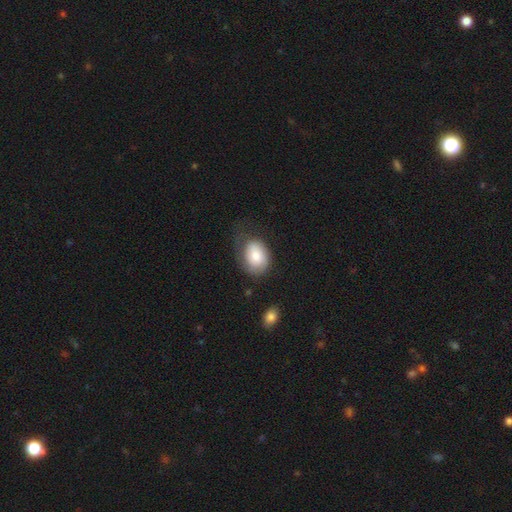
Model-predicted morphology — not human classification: Smooth or featured: smooth — 73% (featured or disk — 21%)
How rounded: in between — 71% (round — 28%)
Merging: none — 45% (minor disturbance — 30%)